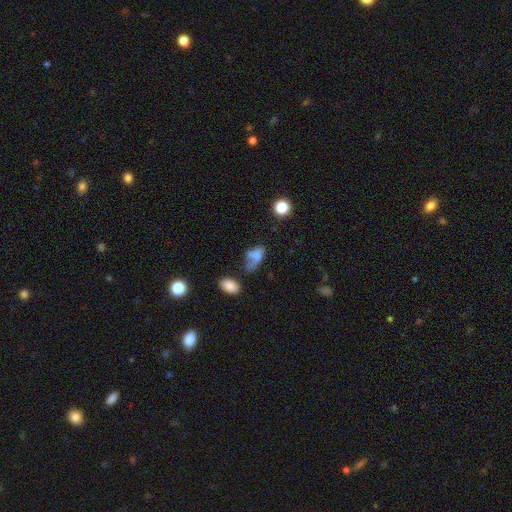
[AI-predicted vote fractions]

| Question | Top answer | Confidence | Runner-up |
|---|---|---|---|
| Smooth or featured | smooth | 61% | featured or disk (24%) |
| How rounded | in between | 85% | round (9%) |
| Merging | major disturbance | 33% | none (24%) |